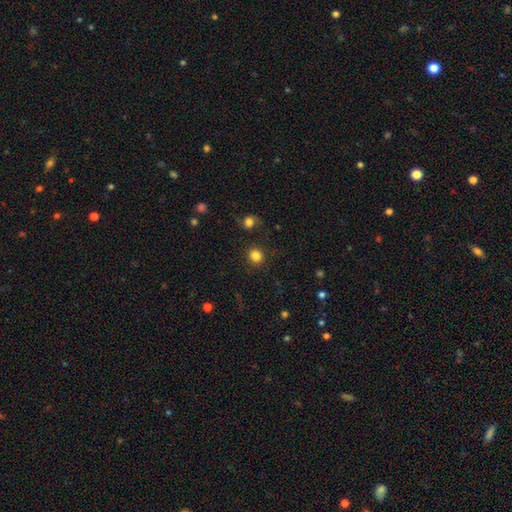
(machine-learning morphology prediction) smooth 84%, star or artifact 11%, featured or disk 5%. Down the decision tree: how rounded — round (84%); merging — none (86%).